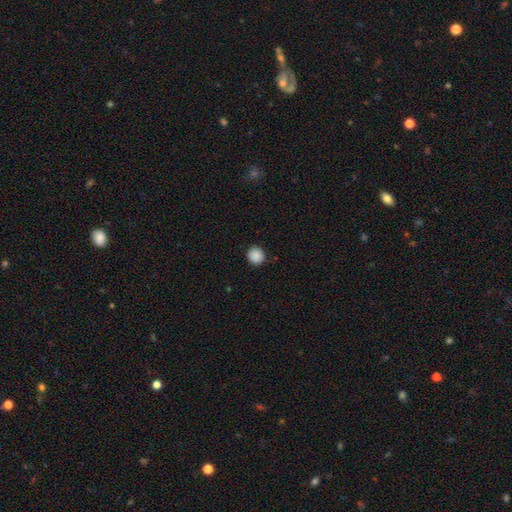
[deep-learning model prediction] Smooth or featured?
  - smooth: 89% *
  - star or artifact: 9%
  - featured or disk: 2%
How rounded?
  - round: 92% *
  - in between: 7%
  - cigar-shaped: 1%
Merging?
  - none: 90% *
  - minor disturbance: 7%
  - major disturbance: 2%
  - merger: 1%